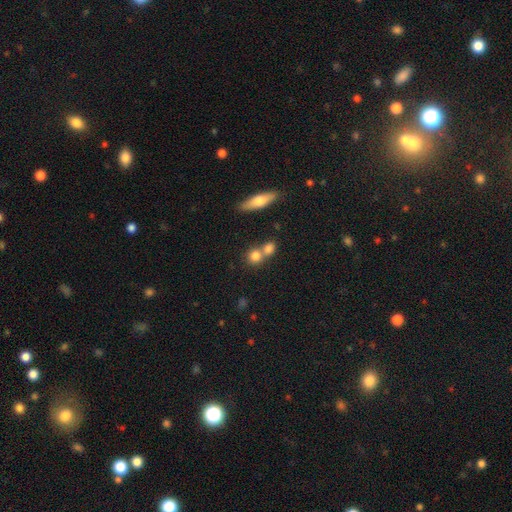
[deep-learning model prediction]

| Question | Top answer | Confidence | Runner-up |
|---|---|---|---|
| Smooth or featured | smooth | 78% | featured or disk (12%) |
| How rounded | round | 77% | in between (19%) |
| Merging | merger | 47% | none (43%) |